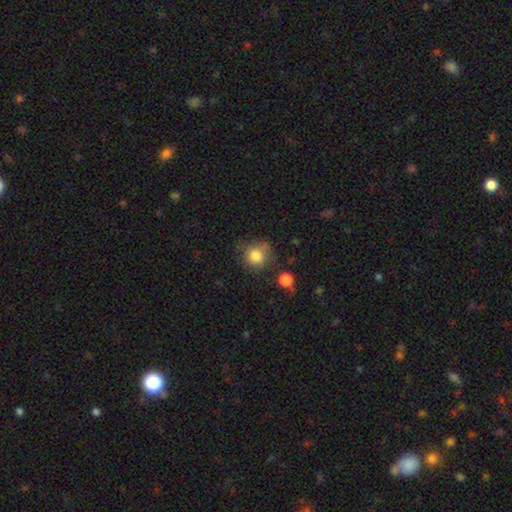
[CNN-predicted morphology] type=smooth (80%); roundness=round (86%); merging=none (61%).